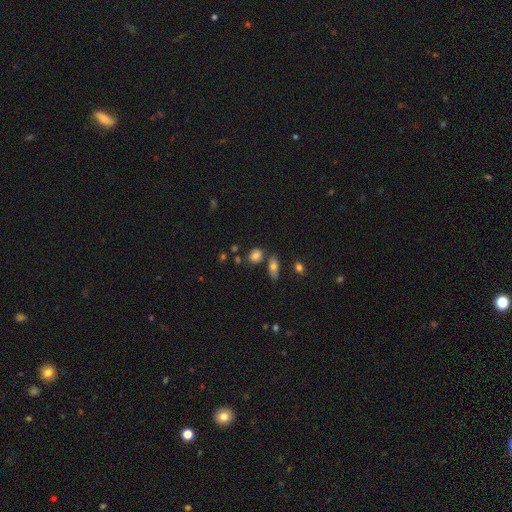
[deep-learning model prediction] Smooth or featured? Predicted: smooth (p=0.79). How rounded? Predicted: in between (p=0.56). Merging? Predicted: none (p=0.68).